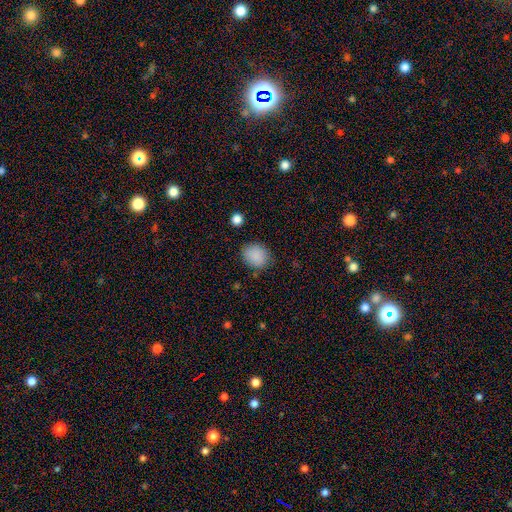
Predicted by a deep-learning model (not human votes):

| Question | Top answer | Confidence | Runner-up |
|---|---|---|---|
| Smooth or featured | smooth | 87% | star or artifact (9%) |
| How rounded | round | 59% | in between (40%) |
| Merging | none | 81% | minor disturbance (14%) |